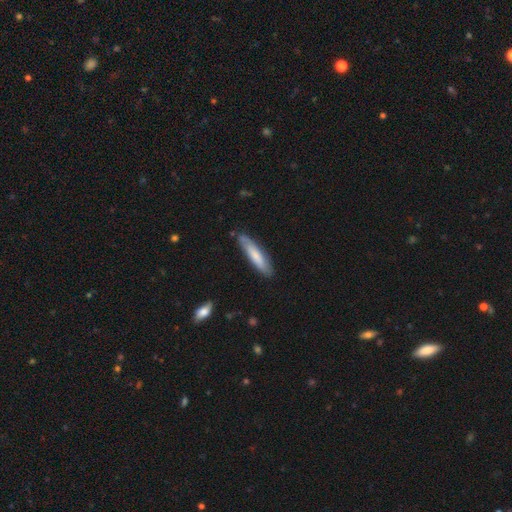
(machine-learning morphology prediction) Q: Smooth or featured?
A: smooth (68%); runner-up: featured or disk (27%)
Q: How rounded?
A: cigar-shaped (82%); runner-up: in between (17%)
Q: Merging?
A: none (79%); runner-up: minor disturbance (16%)